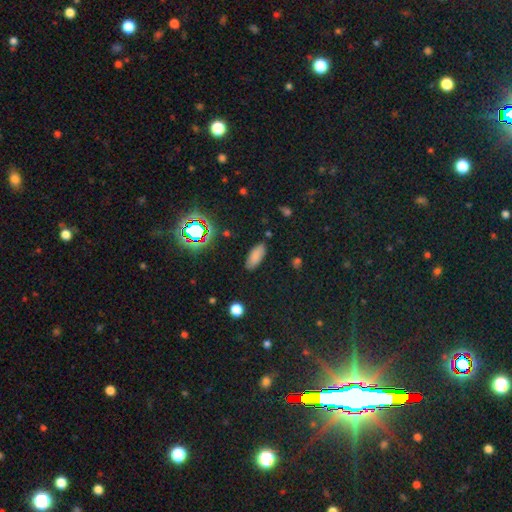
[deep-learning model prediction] Overall: smooth (81%). How rounded: in between (81%). Merging: none (85%).